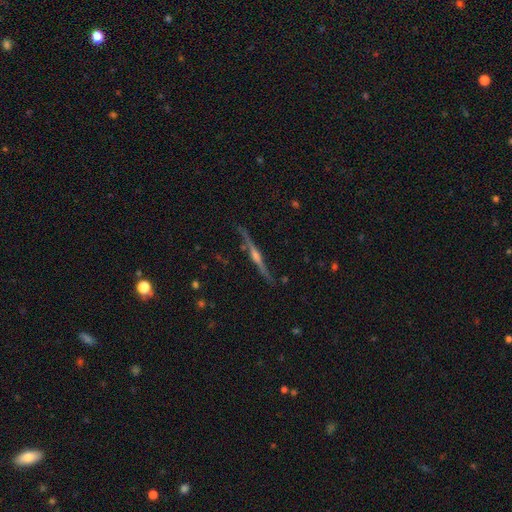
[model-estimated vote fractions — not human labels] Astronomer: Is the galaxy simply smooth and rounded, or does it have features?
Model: featured or disk — 84%.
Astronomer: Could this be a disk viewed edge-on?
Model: yes — 98%.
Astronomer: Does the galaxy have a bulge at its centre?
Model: rounded — 83%.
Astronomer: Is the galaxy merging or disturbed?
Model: none — 84%.